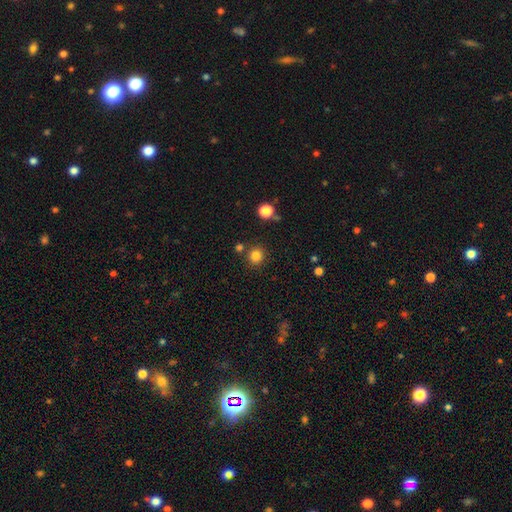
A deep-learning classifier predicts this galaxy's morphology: A smooth galaxy with no disk features (82%) that is round (90%).

Vote fractions:
- Smooth or featured? smooth: 82% / star or artifact: 13% / featured or disk: 5%
- How rounded? round: 90% / in between: 9% / cigar-shaped: 1%
- Merging? none: 82% / minor disturbance: 8% / merger: 7% / major disturbance: 3%